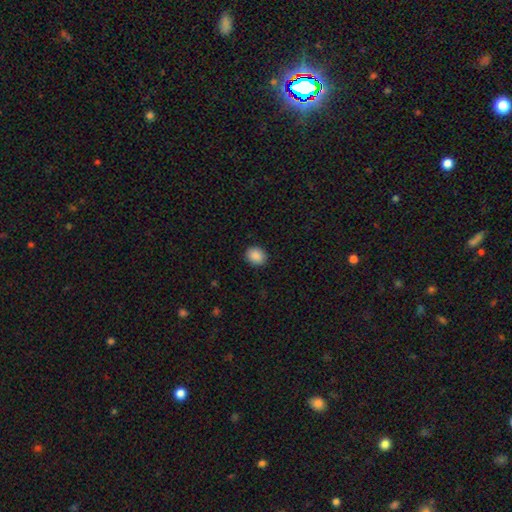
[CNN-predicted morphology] type=smooth (89%); roundness=round (60%); merging=none (90%).